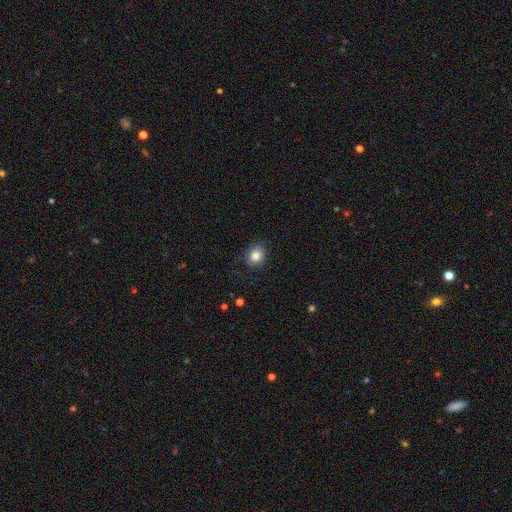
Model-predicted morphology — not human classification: smooth 83%, star or artifact 10%, featured or disk 8%. Down the decision tree: how rounded — round (64%); merging — none (80%).